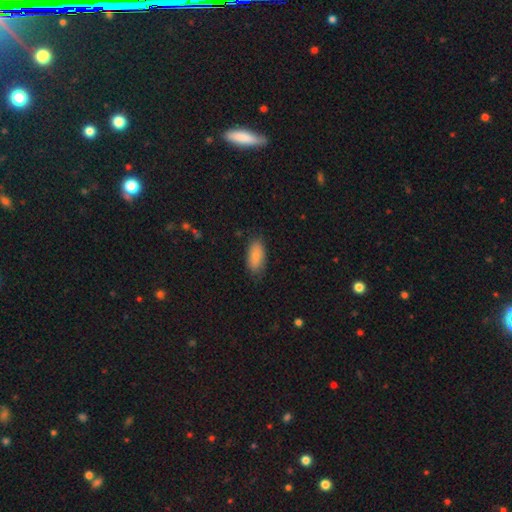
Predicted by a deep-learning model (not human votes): smooth-or-featured: smooth: 83% | featured or disk: 11% | star or artifact: 7%
  how-rounded: in between: 90% | cigar-shaped: 8% | round: 3%
  merging: none: 79% | minor disturbance: 16% | major disturbance: 3% | merger: 1%